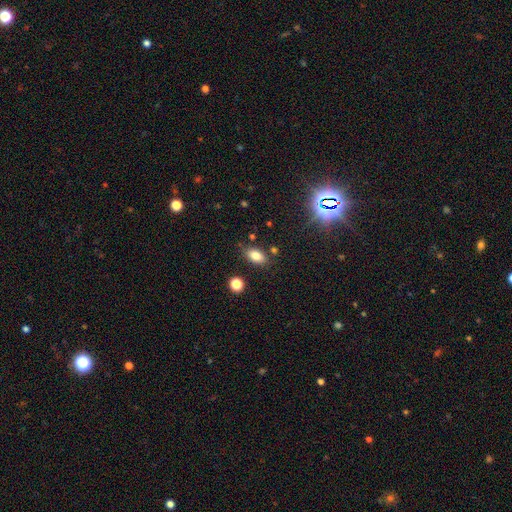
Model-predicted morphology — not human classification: The model was most divided on "merging": none: 81%, minor disturbance: 12%, merger: 4%, major disturbance: 3%. More confident: how rounded — in between (88%); smooth or featured — smooth (80%).